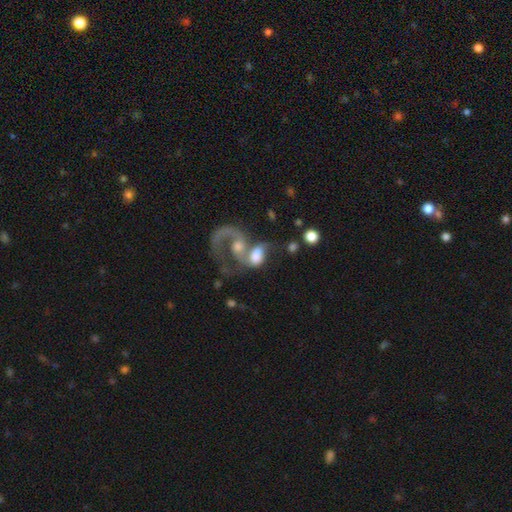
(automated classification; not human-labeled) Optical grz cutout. It shows a featured or disk galaxy (58%) with no bar (66%), spiral arms (75%) and a moderate central bulge (41%). Merging: merger (73%).